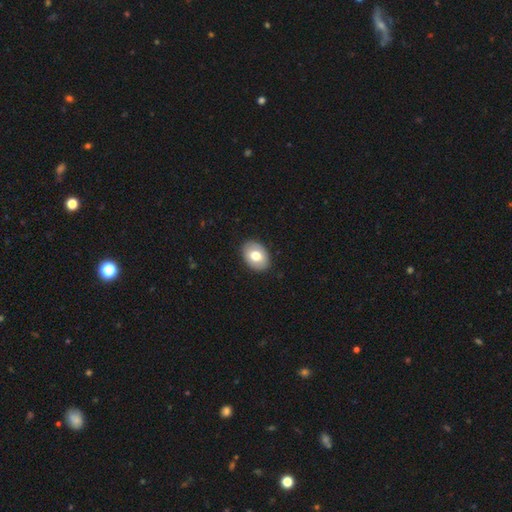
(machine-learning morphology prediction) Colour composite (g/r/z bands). It shows a smooth galaxy with no disk features (71%) that is in between round and cigar-shaped (76%). Merging: none (89%).